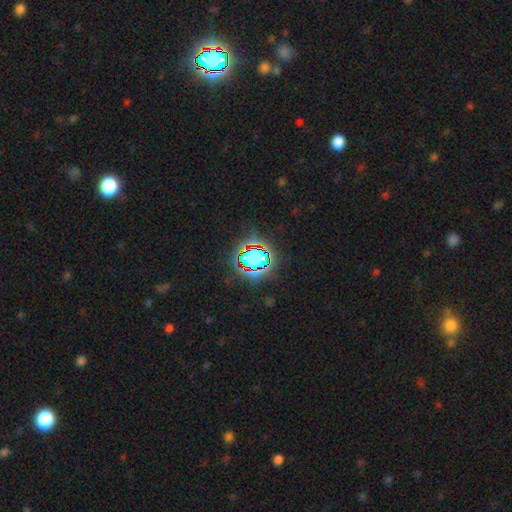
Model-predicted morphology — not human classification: type=star or artifact (78%).